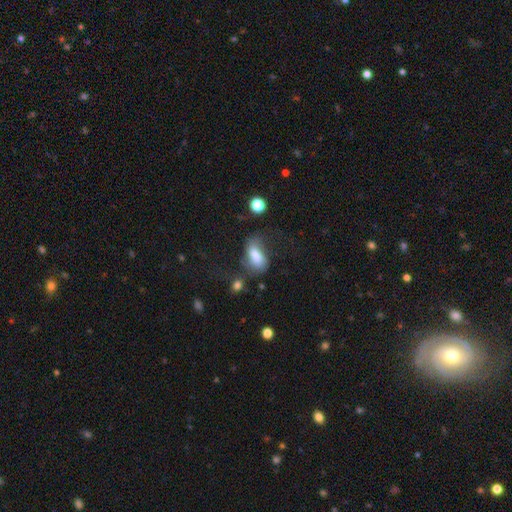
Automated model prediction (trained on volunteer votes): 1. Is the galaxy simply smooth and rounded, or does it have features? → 66% smooth, 25% featured or disk, 9% star or artifact.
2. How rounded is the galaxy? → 88% in between, 7% round, 5% cigar-shaped.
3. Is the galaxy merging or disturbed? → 34% none, 31% major disturbance, 26% minor disturbance, 9% merger.